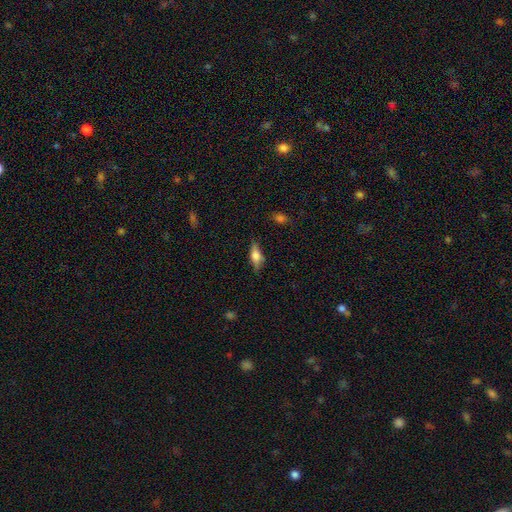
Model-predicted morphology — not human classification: This appears to be a smooth galaxy with no disk features (56%) that is in between round and cigar-shaped (61%). Merging: none (78%).